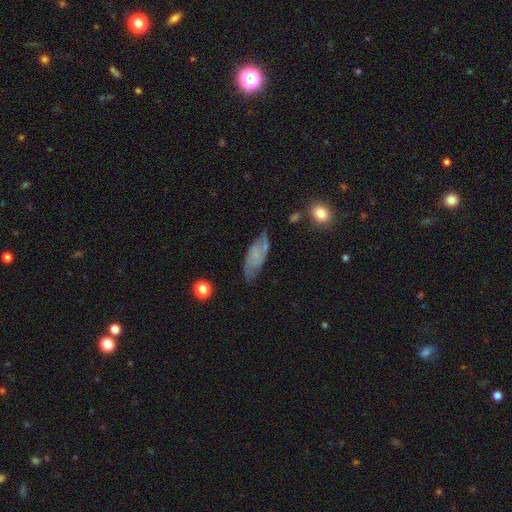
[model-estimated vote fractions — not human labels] Morphology: type=featured or disk (55%); edge-on=no (87%); merging=none (62%).